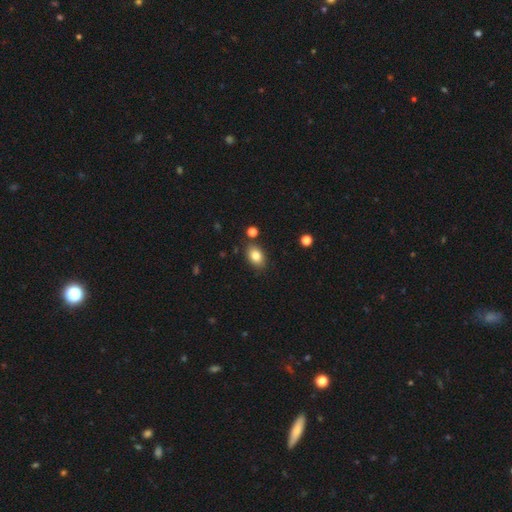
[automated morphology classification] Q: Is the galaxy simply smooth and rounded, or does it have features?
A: smooth — 83%.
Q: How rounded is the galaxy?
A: in between — 82%.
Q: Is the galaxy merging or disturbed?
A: none — 82%.